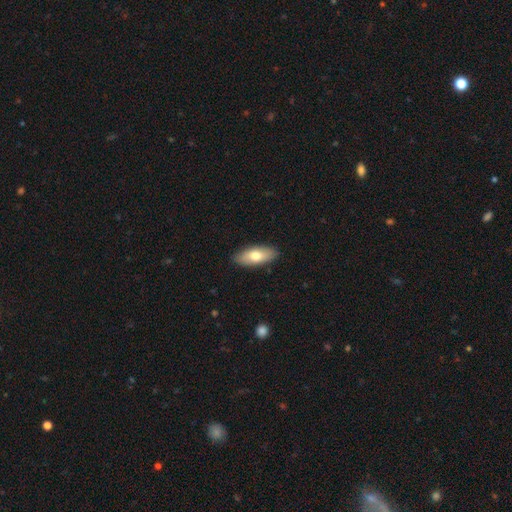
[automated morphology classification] The model was most divided on "smooth or featured": smooth: 73%, featured or disk: 22%, star or artifact: 6%. More confident: merging — none (88%); how rounded — in between (79%).